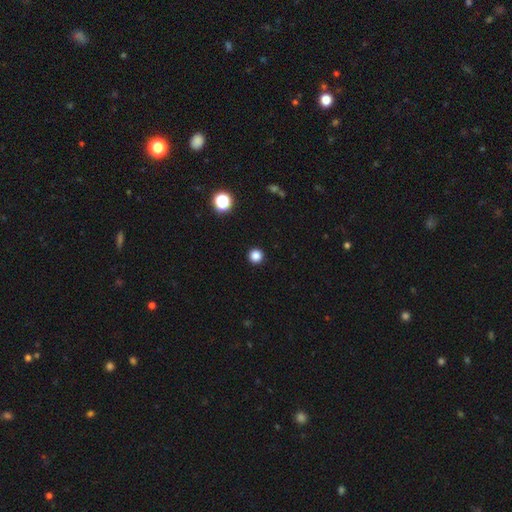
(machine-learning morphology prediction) A smooth galaxy with no disk features (85%) that is round (96%). Merging: none (94%).